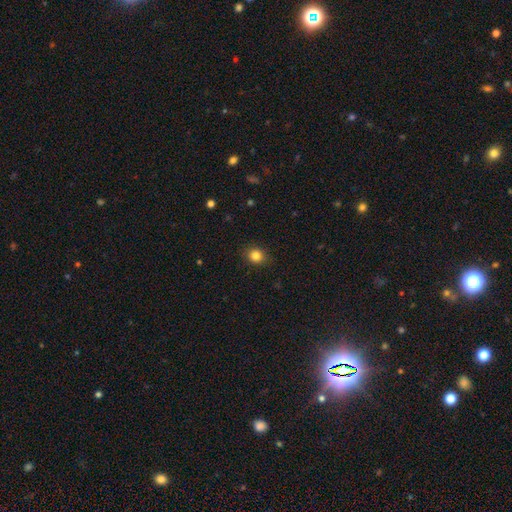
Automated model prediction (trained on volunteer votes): Morphology: type=smooth (84%); roundness=round (73%); merging=none (87%).